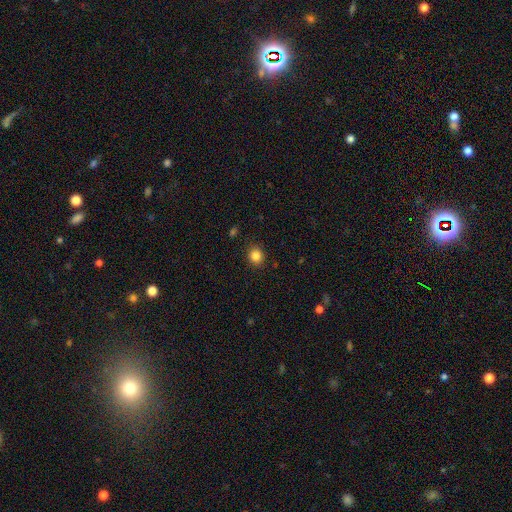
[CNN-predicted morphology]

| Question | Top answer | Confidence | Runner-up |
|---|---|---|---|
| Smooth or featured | smooth | 85% | star or artifact (11%) |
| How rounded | round | 78% | in between (21%) |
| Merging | none | 89% | minor disturbance (7%) |